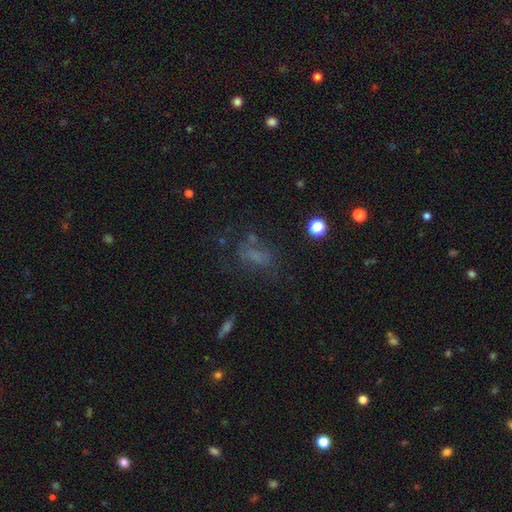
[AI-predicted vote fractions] Q: Smooth or featured?
A: smooth (48%); runner-up: star or artifact (27%)
Q: Merging?
A: none (51%); runner-up: major disturbance (22%)